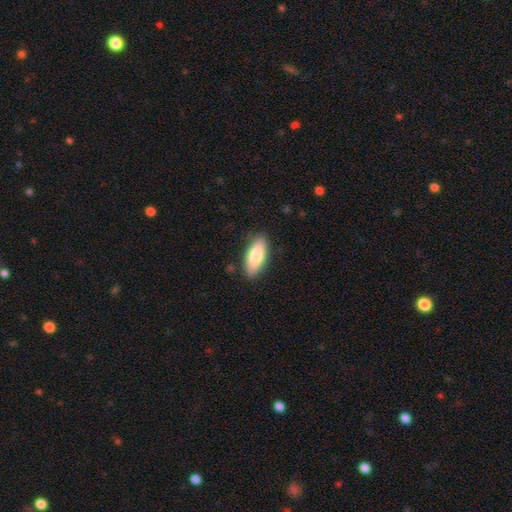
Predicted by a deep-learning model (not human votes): Overall: smooth (81%). How rounded: in between (80%). Merging: none (84%).